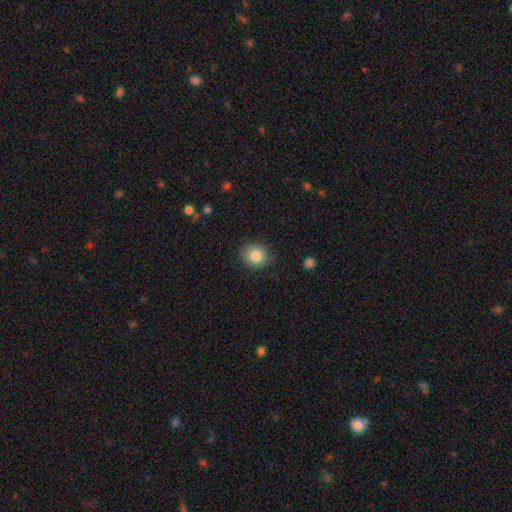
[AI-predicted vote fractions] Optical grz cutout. It shows a smooth galaxy with no disk features (84%) that is round (79%). Merging: none (87%).